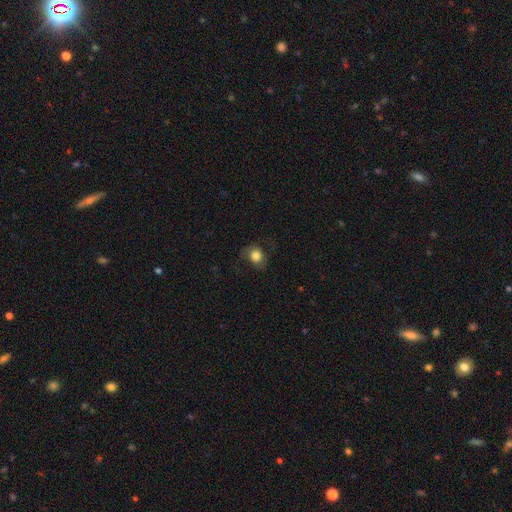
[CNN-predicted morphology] Q: Smooth or featured?
A: smooth (75%); runner-up: featured or disk (16%)
Q: How rounded?
A: round (64%); runner-up: in between (35%)
Q: Merging?
A: none (67%); runner-up: minor disturbance (19%)